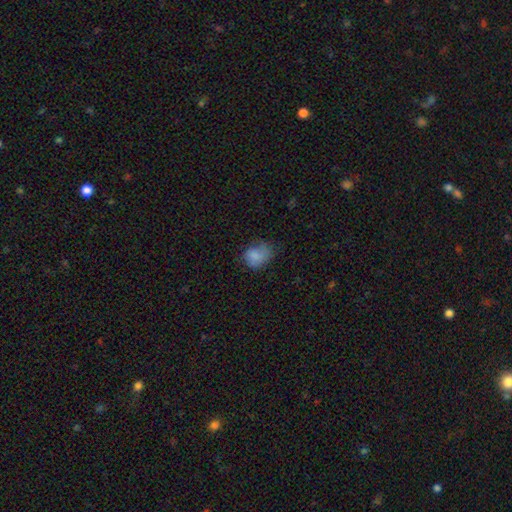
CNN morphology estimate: Q: Smooth or featured?
A: smooth (78%); runner-up: featured or disk (12%)
Q: How rounded?
A: in between (54%); runner-up: round (46%)
Q: Merging?
A: none (45%); runner-up: minor disturbance (32%)